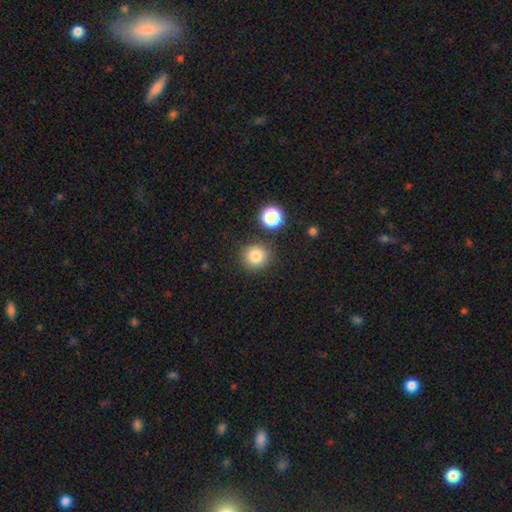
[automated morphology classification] Smooth or featured? Predicted: smooth (p=0.81). How rounded? Predicted: round (p=0.92). Merging? Predicted: none (p=0.85).